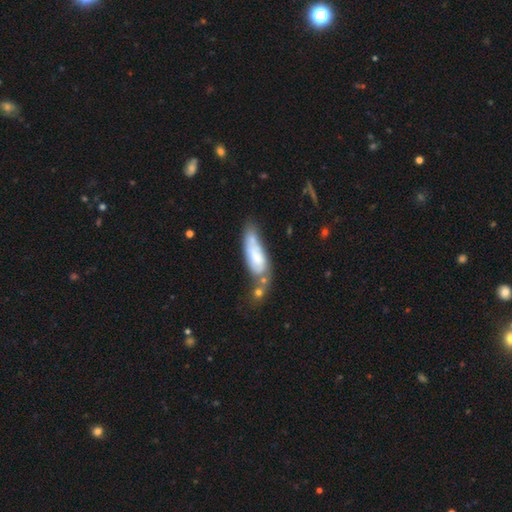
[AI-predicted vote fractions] Morphology: type=smooth (60%); roundness=in between (55%); merging=none (32%).